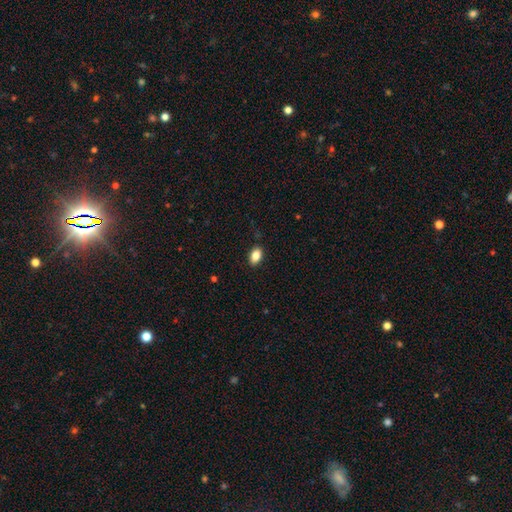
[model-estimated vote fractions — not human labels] smooth-or-featured: smooth: 87% | star or artifact: 8% | featured or disk: 5%
  how-rounded: in between: 90% | round: 8% | cigar-shaped: 2%
  merging: none: 88% | minor disturbance: 9% | major disturbance: 2% | merger: 1%